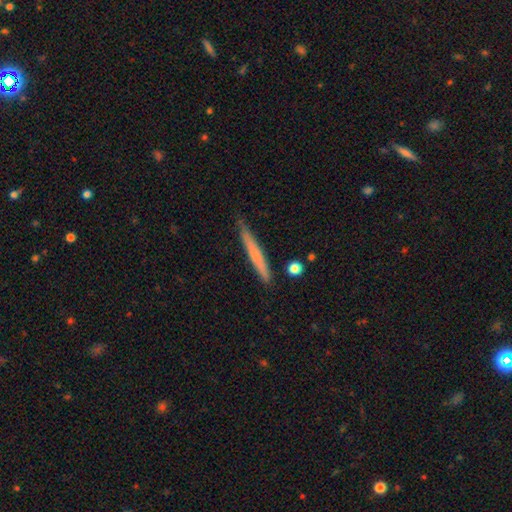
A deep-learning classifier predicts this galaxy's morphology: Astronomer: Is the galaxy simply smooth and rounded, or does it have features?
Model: smooth — 63%.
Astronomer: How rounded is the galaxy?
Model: cigar-shaped — 96%.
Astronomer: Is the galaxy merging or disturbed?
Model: none — 83%.